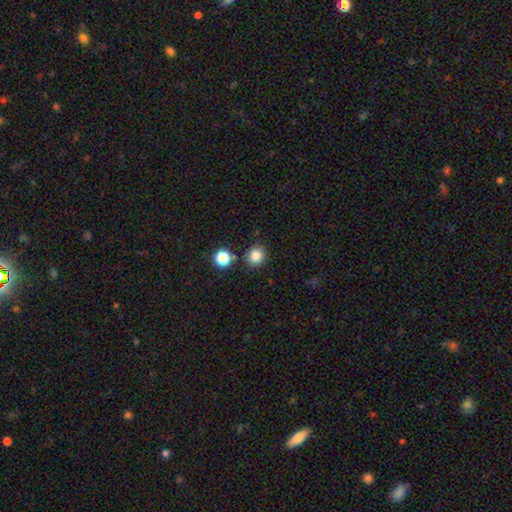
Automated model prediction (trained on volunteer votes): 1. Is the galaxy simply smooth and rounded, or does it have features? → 83% smooth, 12% star or artifact, 5% featured or disk.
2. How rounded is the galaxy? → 90% round, 9% in between, 1% cigar-shaped.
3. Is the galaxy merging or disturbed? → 84% none, 8% minor disturbance, 6% merger, 2% major disturbance.